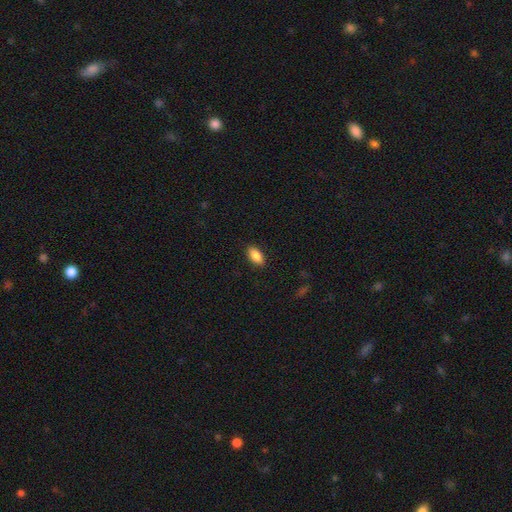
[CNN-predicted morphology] Smooth or featured? Predicted: smooth (p=0.86). How rounded? Predicted: in between (p=0.90). Merging? Predicted: none (p=0.88).